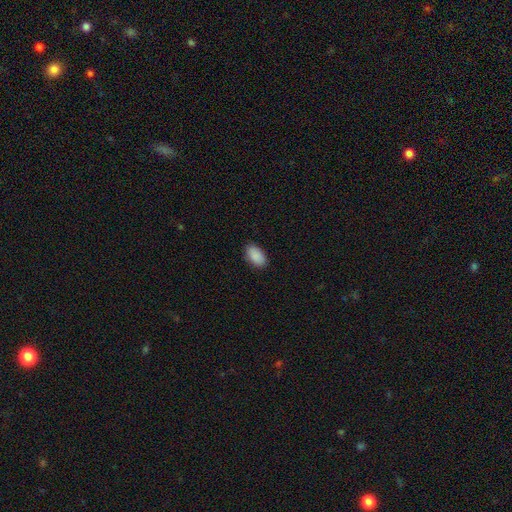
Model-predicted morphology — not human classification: smooth 90%, star or artifact 7%, featured or disk 3%. Down the decision tree: how rounded — in between (94%); merging — none (86%).